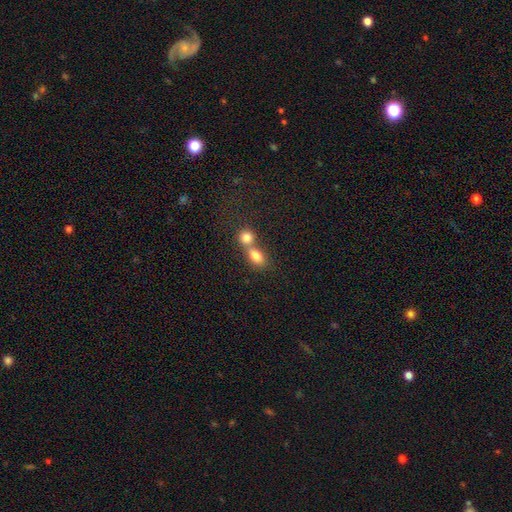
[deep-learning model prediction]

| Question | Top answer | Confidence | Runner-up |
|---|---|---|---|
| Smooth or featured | smooth | 80% | featured or disk (11%) |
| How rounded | in between | 69% | round (28%) |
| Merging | merger | 60% | none (30%) |